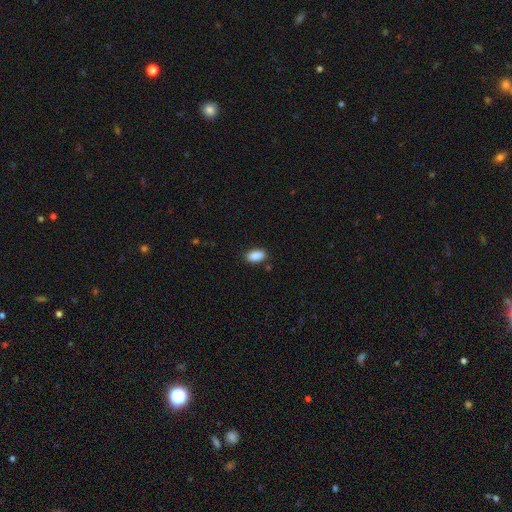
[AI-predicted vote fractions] Morphology: type=smooth (90%); roundness=in between (93%); merging=none (86%).